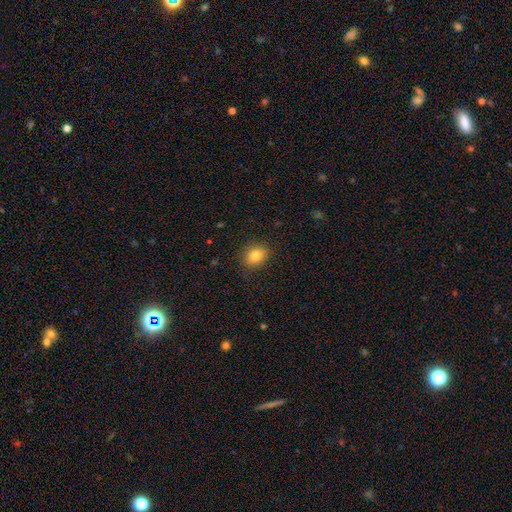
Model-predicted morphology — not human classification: Smooth or featured?
  - smooth: 82% *
  - star or artifact: 10%
  - featured or disk: 8%
How rounded?
  - in between: 51% *
  - round: 48%
  - cigar-shaped: 1%
Merging?
  - none: 88% *
  - minor disturbance: 9%
  - major disturbance: 2%
  - merger: 1%